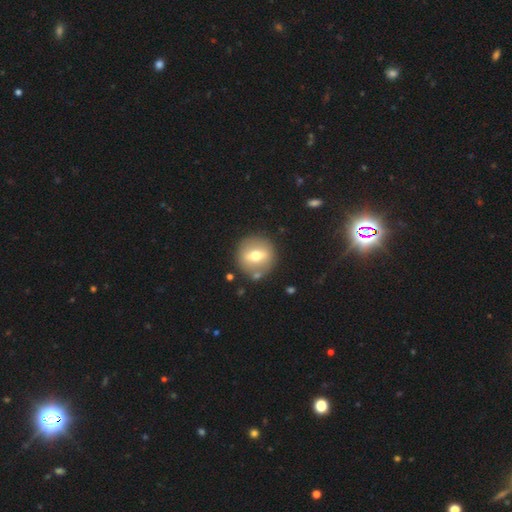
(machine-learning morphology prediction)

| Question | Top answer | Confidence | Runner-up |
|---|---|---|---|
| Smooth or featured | smooth | 51% | featured or disk (41%) |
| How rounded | round | 89% | in between (9%) |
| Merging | none | 83% | minor disturbance (9%) |